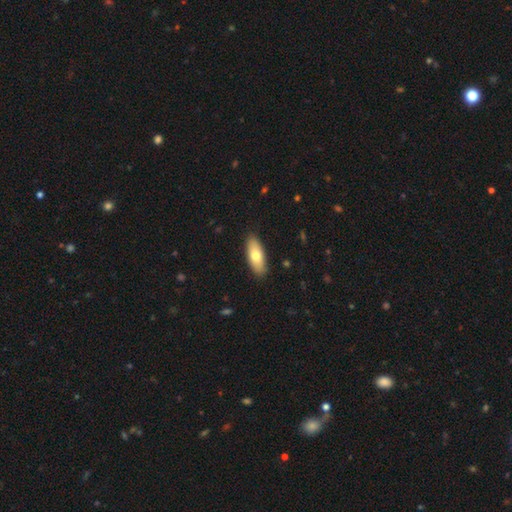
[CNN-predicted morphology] type=smooth (72%); roundness=in between (77%); merging=none (89%).